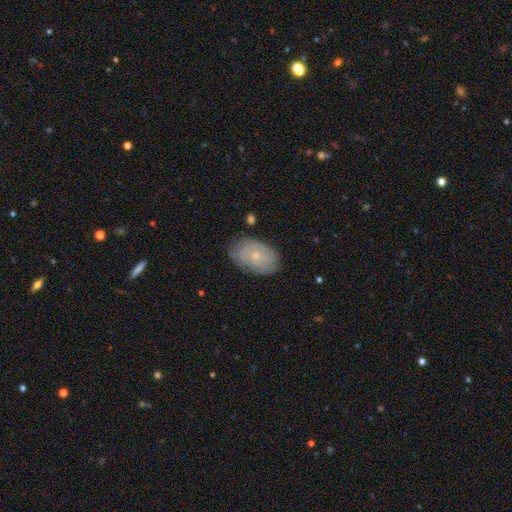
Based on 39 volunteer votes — This is possibly a smooth galaxy (56%). How rounded: clearly in between (91%). Merging: clearly none (87%).